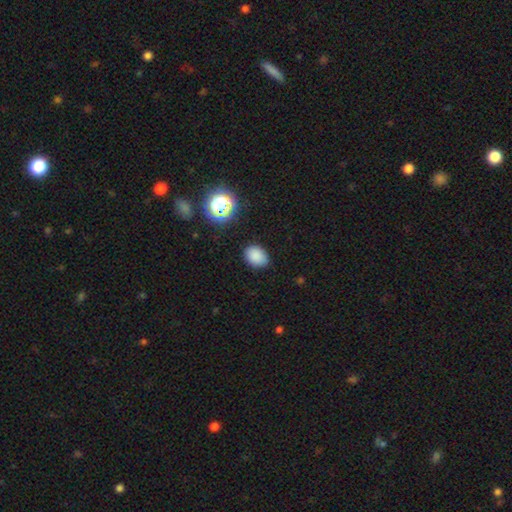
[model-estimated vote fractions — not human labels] Smooth or featured: smooth — 82% (star or artifact — 13%)
How rounded: in between — 70% (round — 29%)
Merging: none — 82% (minor disturbance — 14%)